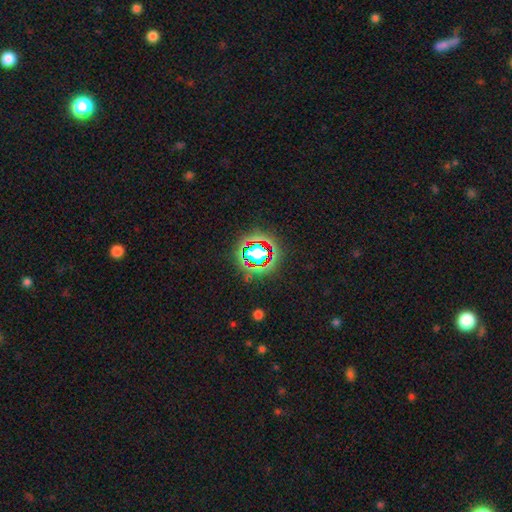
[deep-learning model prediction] A star or artifact, not a galaxy (77%).